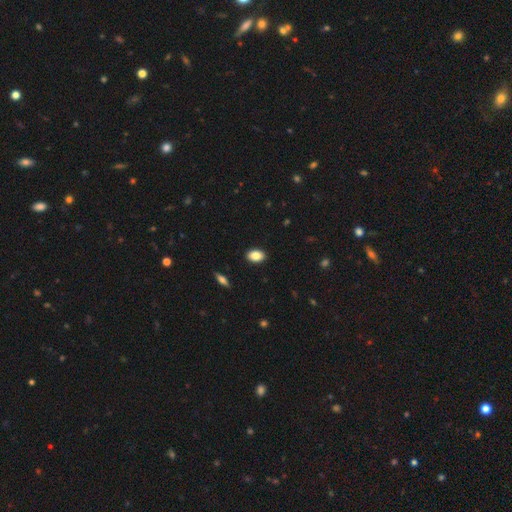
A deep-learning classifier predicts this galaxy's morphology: Overall: smooth (85%). How rounded: in between (87%). Merging: none (90%).